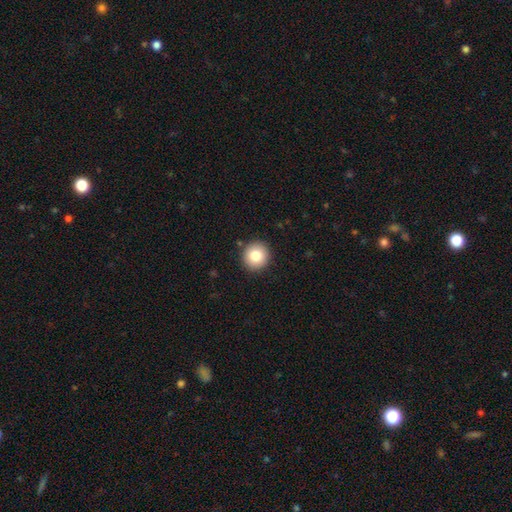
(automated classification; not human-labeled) Overall: smooth (81%). How rounded: round (94%). Merging: none (90%).